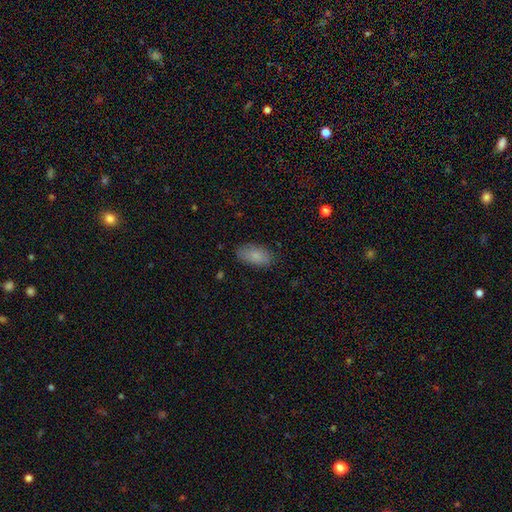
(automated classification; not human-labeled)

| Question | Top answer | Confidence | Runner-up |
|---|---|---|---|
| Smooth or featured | smooth | 85% | featured or disk (8%) |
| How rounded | in between | 92% | cigar-shaped (4%) |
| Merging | none | 82% | minor disturbance (14%) |